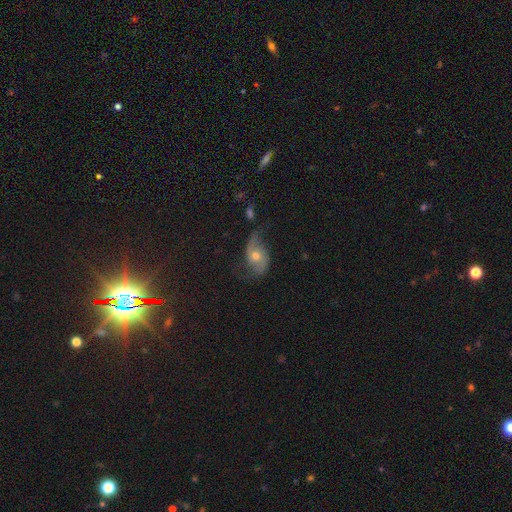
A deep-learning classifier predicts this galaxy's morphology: Smooth or featured: featured or disk — 69% (smooth — 22%)
Edge-on disk: no — 95% (yes — 5%)
Bar: no — 72% (weak — 22%)
Spiral arms: yes — 88% (no — 12%)
Spiral winding: loose — 68% (medium — 24%)
Spiral arm count: 2 — 89% (can't tell — 5%)
Bulge size: moderate — 64% (small — 29%)
Merging: none — 56% (minor disturbance — 25%)